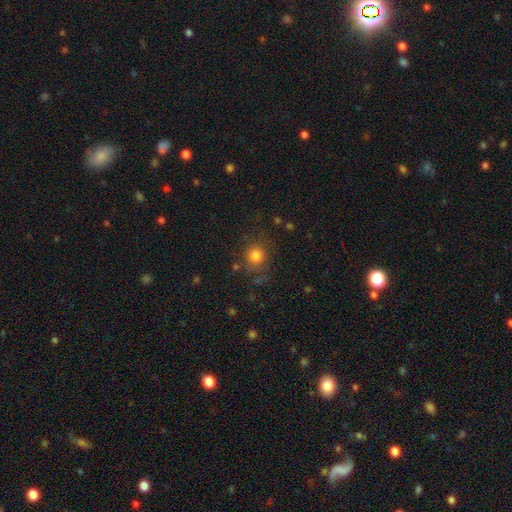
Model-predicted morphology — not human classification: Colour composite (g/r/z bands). It shows a smooth galaxy with no disk features (81%) that is round (86%). Merging: none (77%).